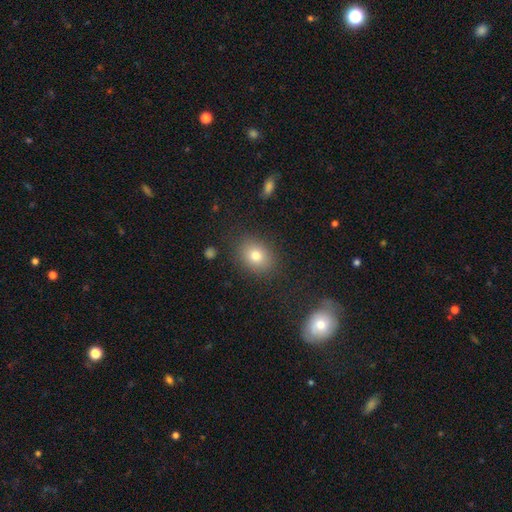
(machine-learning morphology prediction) type=smooth (78%); roundness=in between (54%); merging=none (85%).